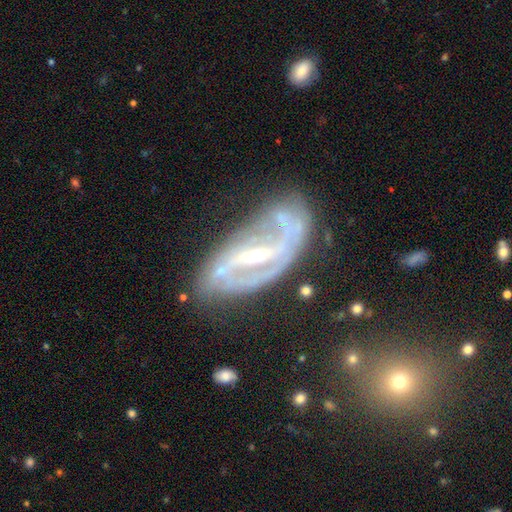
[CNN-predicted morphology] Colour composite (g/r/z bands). It shows a featured or disk galaxy (84%) with a strong bar (50%), 2 (58%) medium (39%) spiral arms (81%) and a small central bulge (57%). Merging: none (49%).